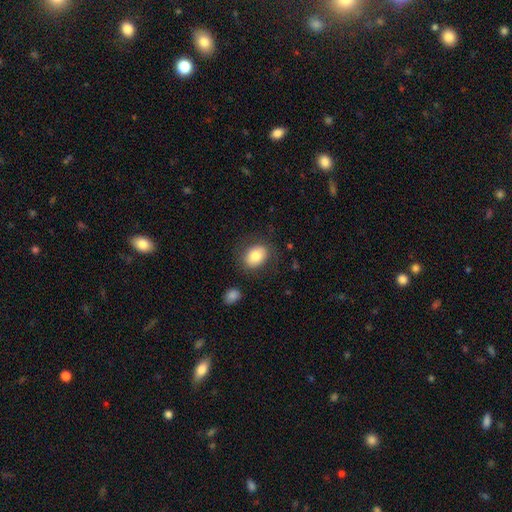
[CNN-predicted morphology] Overall: smooth (81%). How rounded: in between (60%; round 39%). Merging: none (80%).